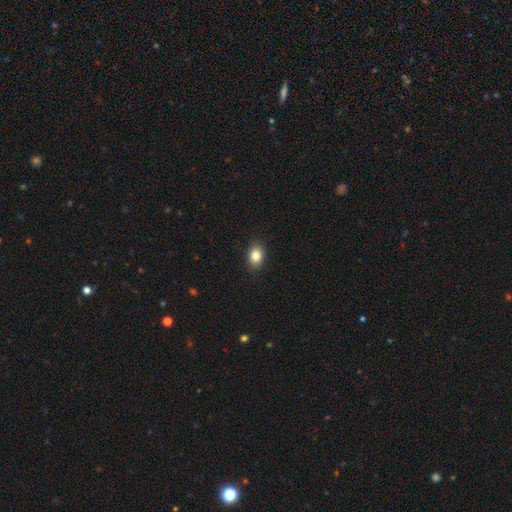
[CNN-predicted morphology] Overall: smooth (84%). How rounded: in between (74%). Merging: none (89%).